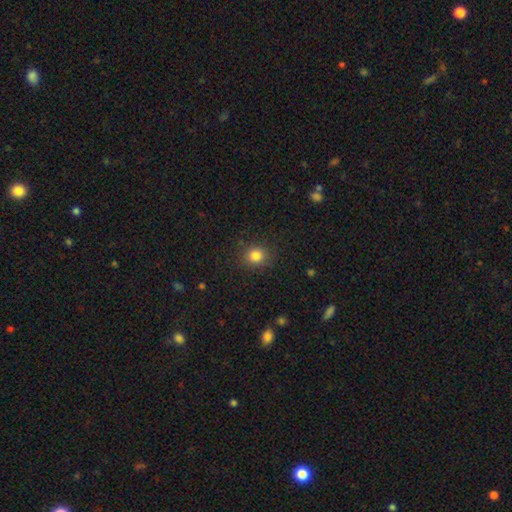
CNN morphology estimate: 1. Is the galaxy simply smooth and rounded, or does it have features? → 82% smooth, 12% star or artifact, 5% featured or disk.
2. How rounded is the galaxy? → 81% round, 18% in between, 1% cigar-shaped.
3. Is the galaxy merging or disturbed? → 88% none, 9% minor disturbance, 3% major disturbance, 1% merger.